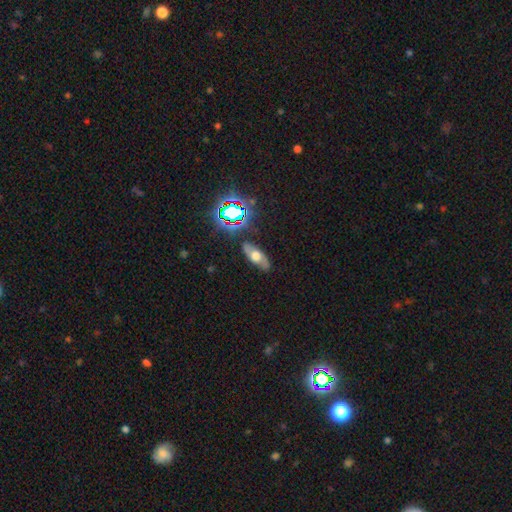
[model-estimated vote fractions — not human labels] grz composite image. It shows a smooth galaxy with no disk features (44%). Merging: none (81%).